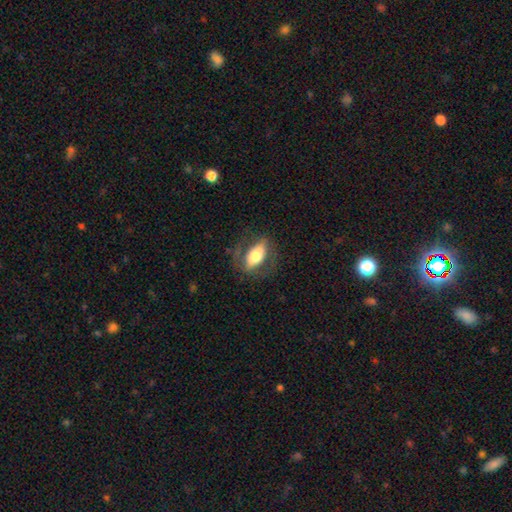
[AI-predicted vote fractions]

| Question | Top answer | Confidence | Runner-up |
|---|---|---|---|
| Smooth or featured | smooth | 53% | featured or disk (41%) |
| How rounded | in between | 79% | cigar-shaped (15%) |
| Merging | none | 74% | minor disturbance (15%) |